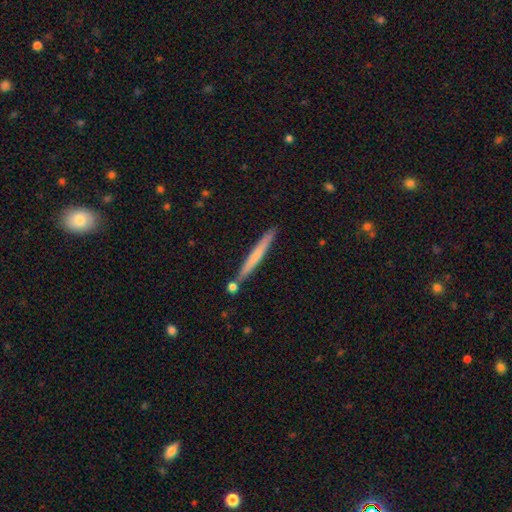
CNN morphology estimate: smooth_or_featured: smooth (p=0.58) [alt: featured or disk p=0.36]
how_rounded: cigar-shaped (p=0.97) [alt: in between p=0.02]
merging: none (p=0.85) [alt: minor disturbance p=0.09]